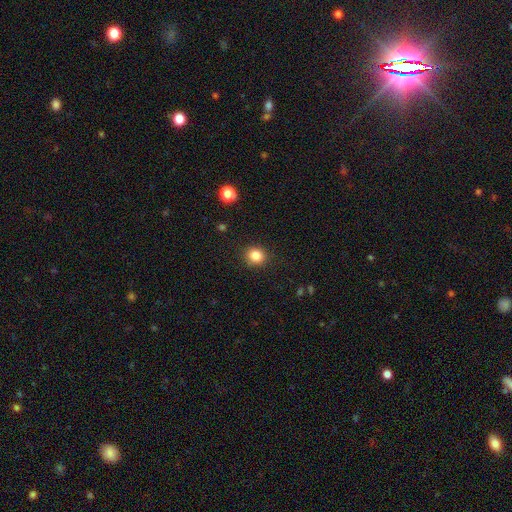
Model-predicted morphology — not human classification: This is clearly a smooth galaxy (85%). How rounded: clearly round (81%). Merging: clearly none (89%).